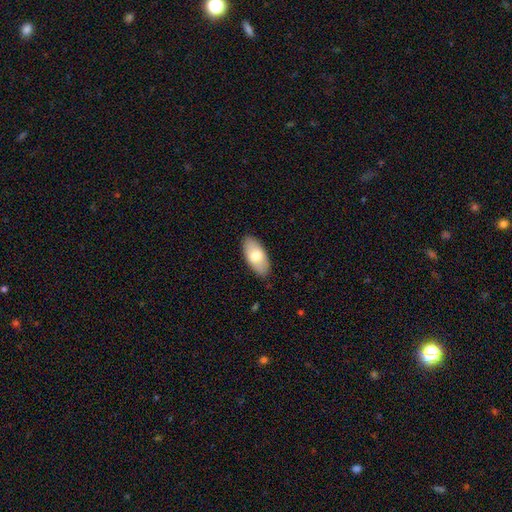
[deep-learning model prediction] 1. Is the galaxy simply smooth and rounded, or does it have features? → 73% smooth, 22% featured or disk, 6% star or artifact.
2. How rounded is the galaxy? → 92% in between, 5% cigar-shaped, 2% round.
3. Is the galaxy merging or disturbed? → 87% none, 10% minor disturbance, 2% major disturbance, 1% merger.